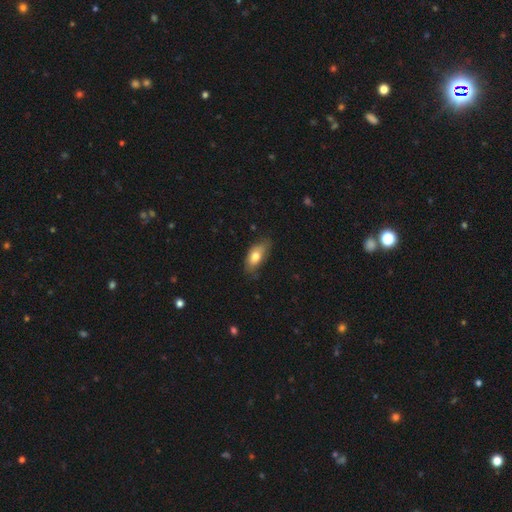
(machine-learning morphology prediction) This appears to be a smooth galaxy with no disk features (76%) that is in between round and cigar-shaped (88%). Merging: none (61%).